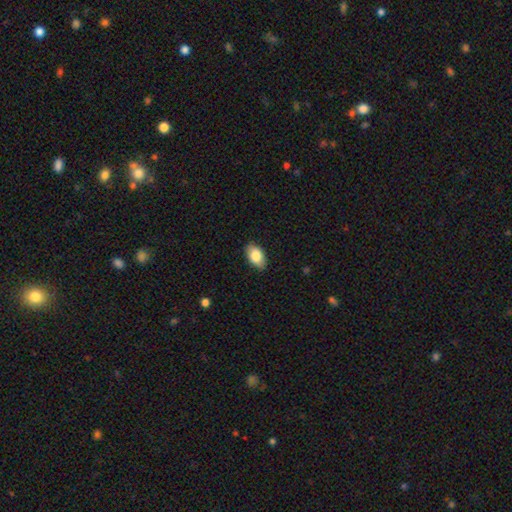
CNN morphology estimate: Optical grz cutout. It shows a smooth galaxy with no disk features (84%) that is in between round and cigar-shaped (92%). Merging: none (85%).